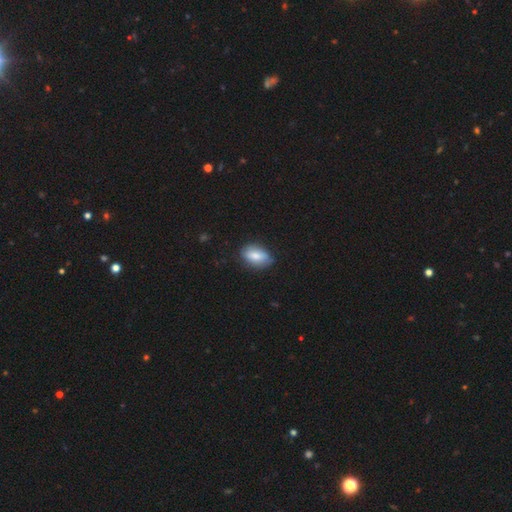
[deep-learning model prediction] Overall: smooth (77%). How rounded: in between (89%). Merging: none (72%).